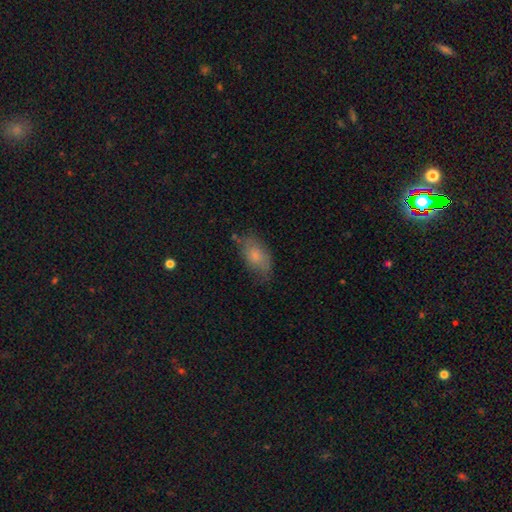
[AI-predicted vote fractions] This appears to be a smooth galaxy with no disk features (73%) that is in between round and cigar-shaped (90%). Merging: none (59%).